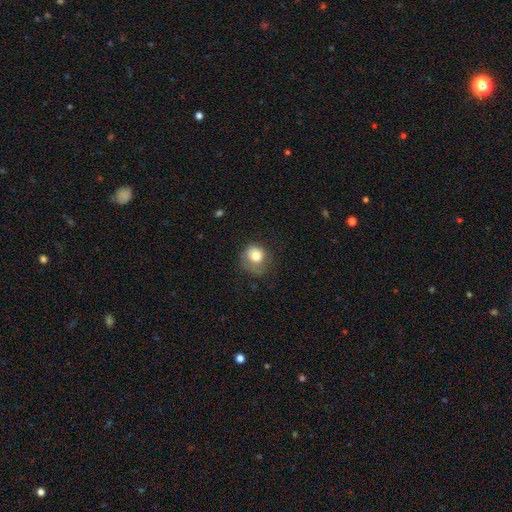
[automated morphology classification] Q: Smooth or featured?
A: smooth (75%); runner-up: featured or disk (16%)
Q: How rounded?
A: round (74%); runner-up: in between (25%)
Q: Merging?
A: none (47%); runner-up: minor disturbance (30%)